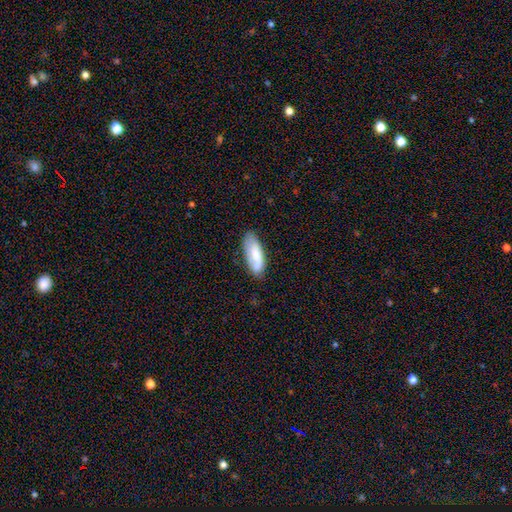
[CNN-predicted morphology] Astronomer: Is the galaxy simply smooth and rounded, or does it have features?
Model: smooth — 64%.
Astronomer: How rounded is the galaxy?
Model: in between — 77%.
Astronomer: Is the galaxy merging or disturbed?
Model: none — 73%.